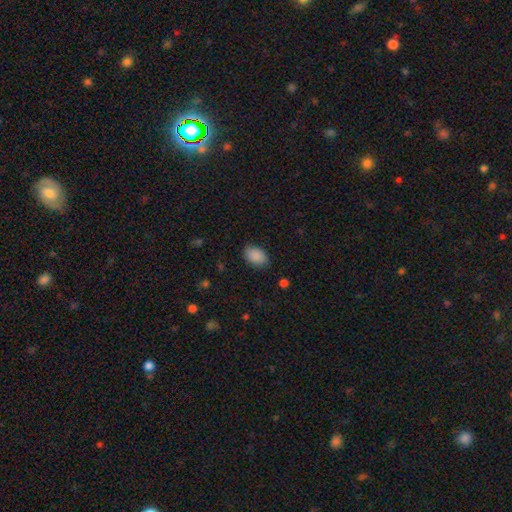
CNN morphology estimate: Smooth or featured? Predicted: smooth (p=0.89). How rounded? Predicted: in between (p=0.88). Merging? Predicted: none (p=0.84).